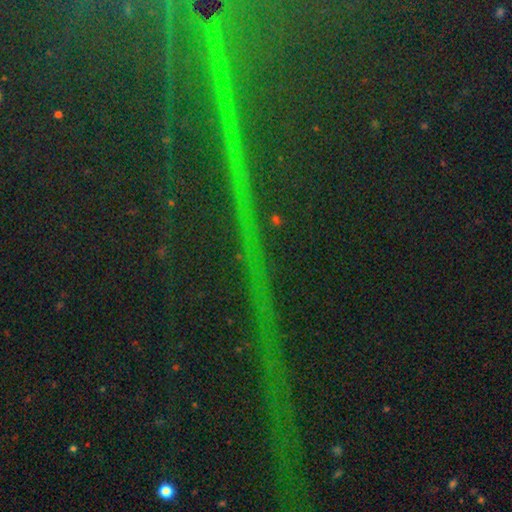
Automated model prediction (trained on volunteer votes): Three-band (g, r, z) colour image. It shows a star or artifact, not a galaxy (89%).